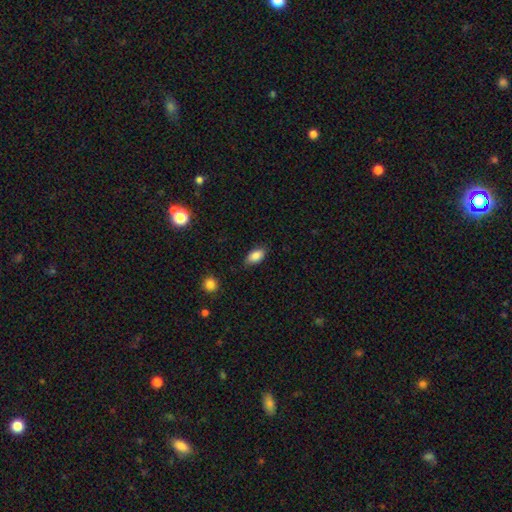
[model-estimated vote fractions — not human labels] Smooth or featured: smooth — 86% (star or artifact — 8%)
How rounded: in between — 91% (round — 5%)
Merging: none — 81% (minor disturbance — 14%)